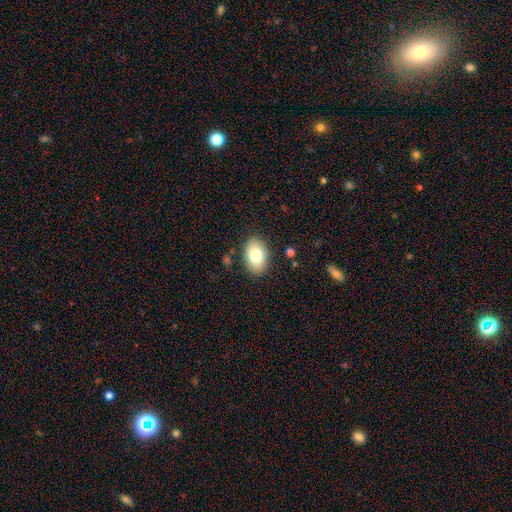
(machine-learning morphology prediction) Smooth or featured? Predicted: smooth (p=0.79). How rounded? Predicted: in between (p=0.87). Merging? Predicted: none (p=0.86).